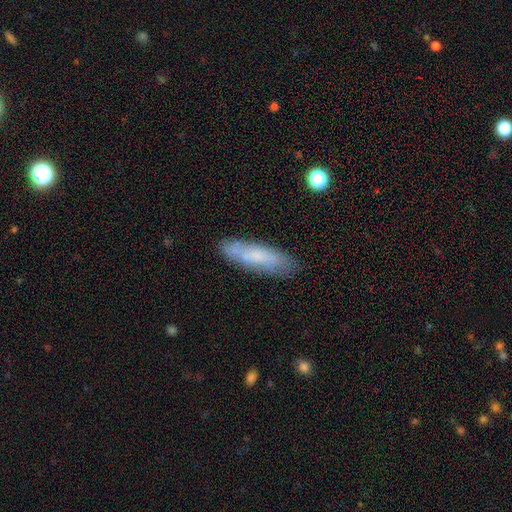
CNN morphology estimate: Smooth or featured? smooth (61%)
How rounded? cigar-shaped (64%)
Merging? none (78%)